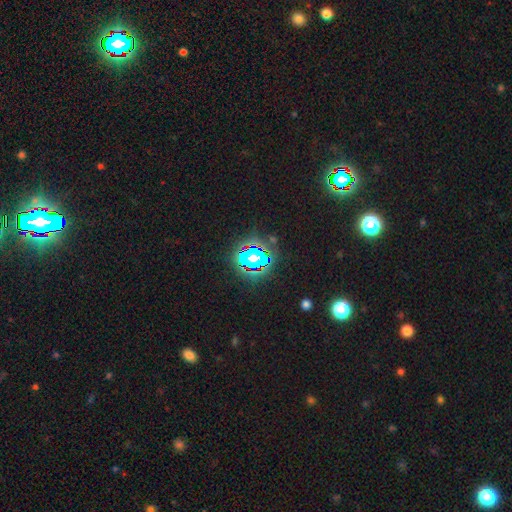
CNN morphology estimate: The model was most divided on "smooth or featured": star or artifact: 59%, smooth: 24%, featured or disk: 17%.